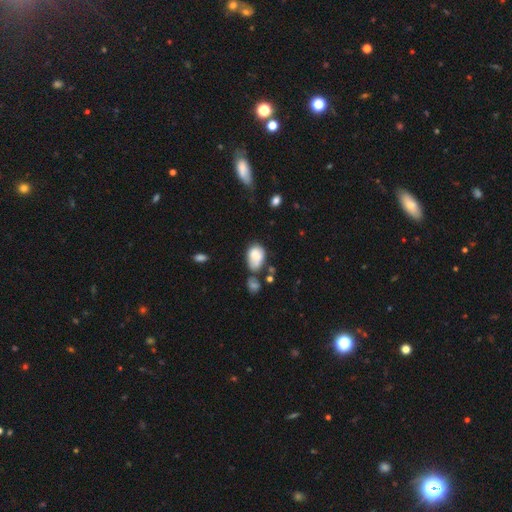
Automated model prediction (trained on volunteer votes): A smooth galaxy with no disk features (77%) that is in between round and cigar-shaped (86%). Merging: minor disturbance (32%).